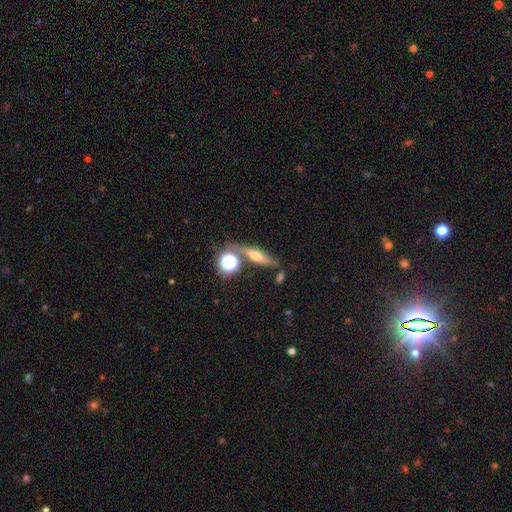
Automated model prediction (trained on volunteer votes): smooth_or_featured: featured or disk (p=0.47) [alt: smooth p=0.40]
merging: none (p=0.72) [alt: minor disturbance p=0.12]